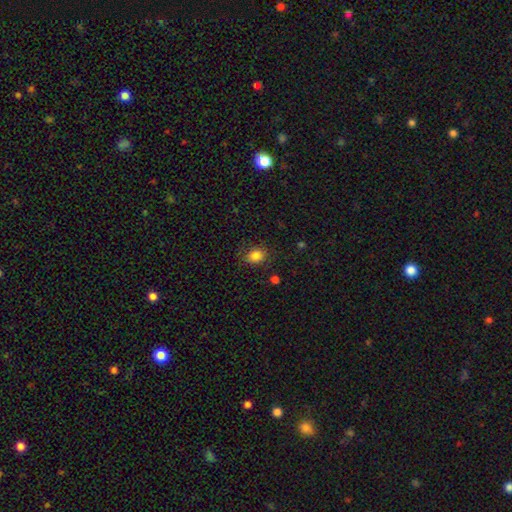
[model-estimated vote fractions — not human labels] Smooth or featured? Predicted: smooth (p=0.83). How rounded? Predicted: round (p=0.51). Merging? Predicted: none (p=0.79).